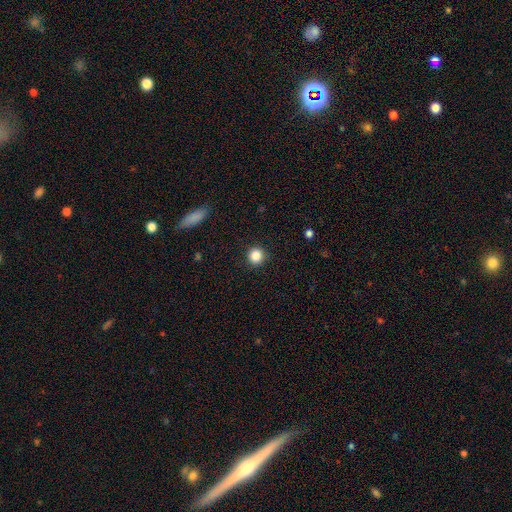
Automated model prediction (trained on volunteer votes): Q: Smooth or featured?
A: smooth (86%); runner-up: star or artifact (10%)
Q: How rounded?
A: round (94%); runner-up: in between (5%)
Q: Merging?
A: none (91%); runner-up: minor disturbance (6%)